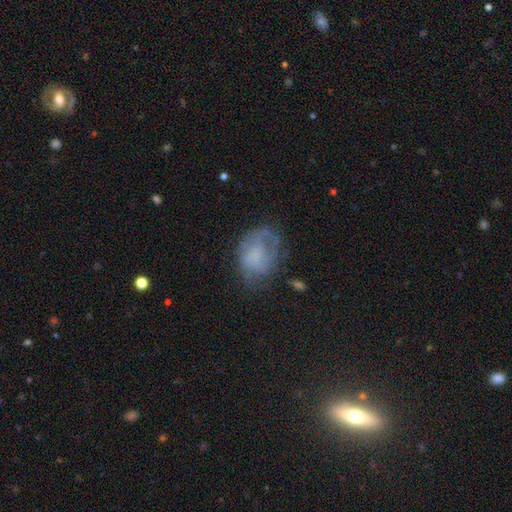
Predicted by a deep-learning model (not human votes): smooth 47%, featured or disk 41%, star or artifact 11%. Down the decision tree: merging — none (49%).